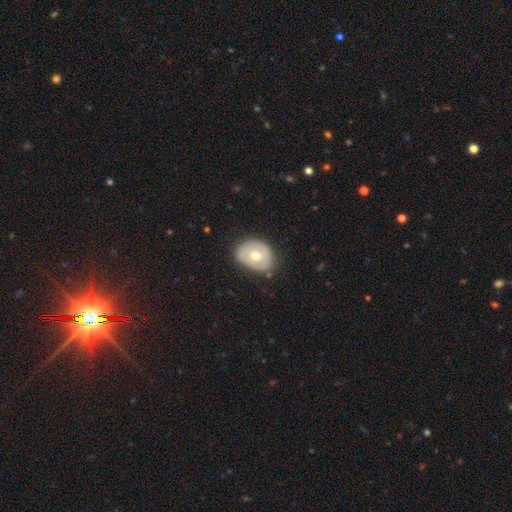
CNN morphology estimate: Smooth or featured? Predicted: smooth (p=0.55). How rounded? Predicted: in between (p=0.58). Merging? Predicted: none (p=0.74).